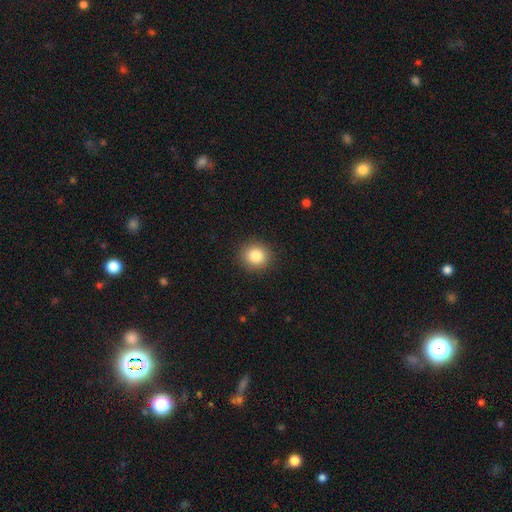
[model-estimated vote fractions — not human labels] Overall: smooth (84%). How rounded: round (84%). Merging: none (91%).